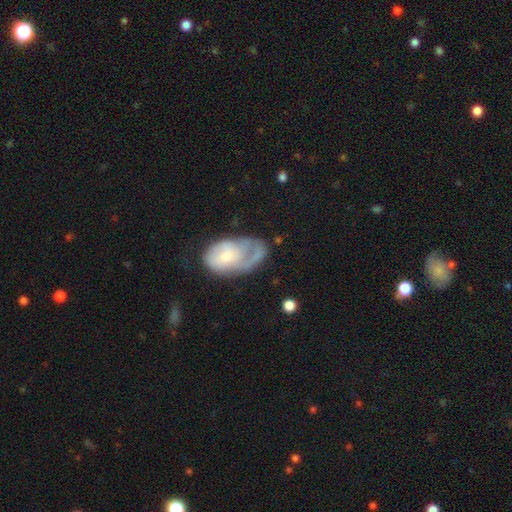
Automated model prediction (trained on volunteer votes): Smooth or featured?
  - featured or disk: 55% *
  - smooth: 38%
  - star or artifact: 6%
Edge-on disk?
  - no: 95% *
  - yes: 5%
Bar?
  - no: 75% *
  - weak: 22%
  - strong: 3%
Spiral arms?
  - yes: 65% *
  - no: 35%
Bulge size?
  - small: 52% *
  - moderate: 38%
  - none: 4%
  - large: 4%
  - dominant: 1%
Merging?
  - major disturbance: 38% *
  - none: 31%
  - minor disturbance: 27%
  - merger: 5%